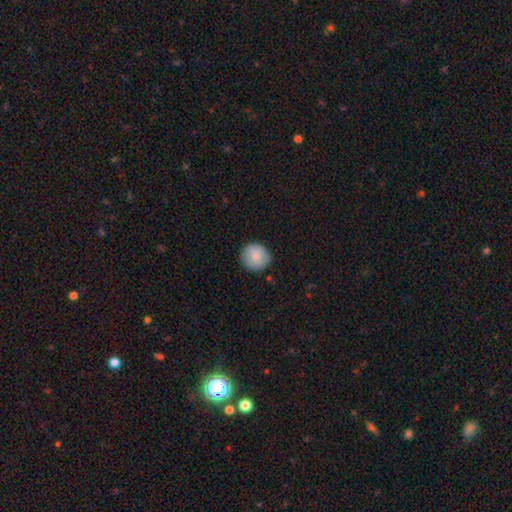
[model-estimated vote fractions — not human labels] smooth-or-featured: smooth: 84% | featured or disk: 9% | star or artifact: 6%
  how-rounded: round: 92% | in between: 7% | cigar-shaped: 1%
  merging: none: 88% | minor disturbance: 9% | major disturbance: 2% | merger: 1%